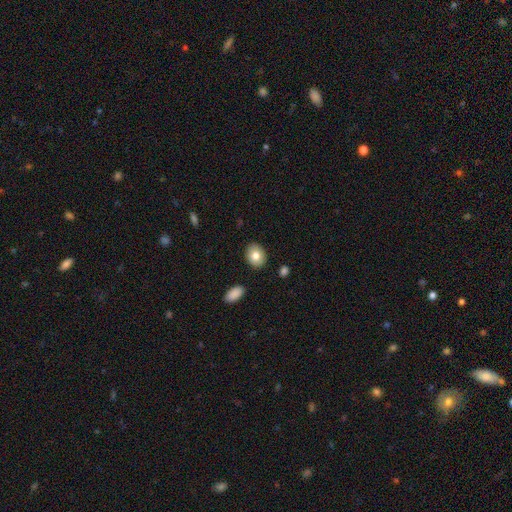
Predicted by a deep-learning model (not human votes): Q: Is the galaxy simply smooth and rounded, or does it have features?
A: smooth — 80%.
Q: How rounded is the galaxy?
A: in between — 61%.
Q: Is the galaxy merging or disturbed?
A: none — 88%.